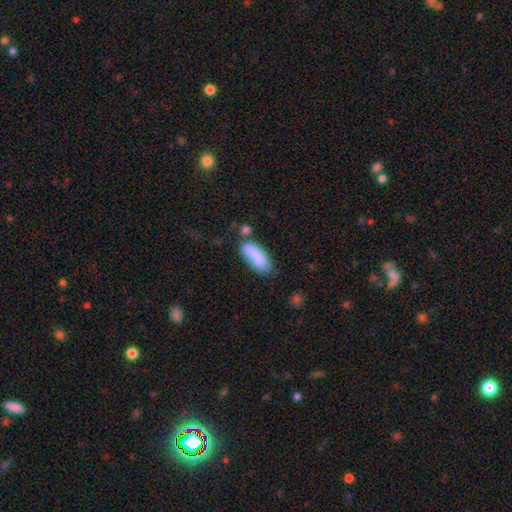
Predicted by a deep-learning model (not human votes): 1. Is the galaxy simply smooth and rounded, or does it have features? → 82% smooth, 11% featured or disk, 7% star or artifact.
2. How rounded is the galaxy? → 76% in between, 22% cigar-shaped, 2% round.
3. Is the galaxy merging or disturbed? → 51% none, 26% minor disturbance, 13% merger, 10% major disturbance.